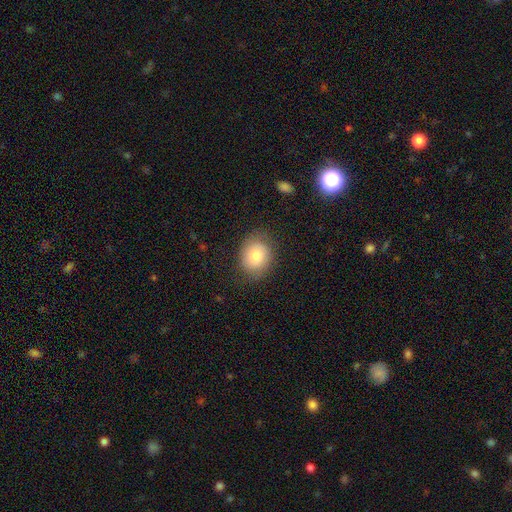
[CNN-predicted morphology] Smooth or featured?
  - smooth: 76% *
  - featured or disk: 15%
  - star or artifact: 9%
How rounded?
  - round: 60% *
  - in between: 39%
  - cigar-shaped: 1%
Merging?
  - none: 79% *
  - minor disturbance: 15%
  - major disturbance: 5%
  - merger: 1%